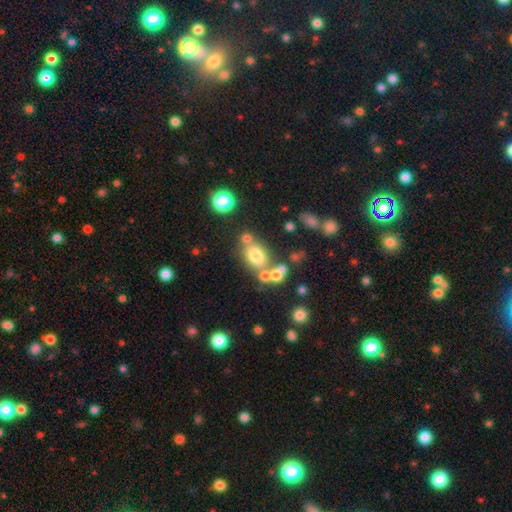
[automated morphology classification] Smooth or featured?
  - smooth: 70% *
  - featured or disk: 16%
  - star or artifact: 14%
How rounded?
  - in between: 66% *
  - round: 32%
  - cigar-shaped: 2%
Merging?
  - none: 55% *
  - merger: 26%
  - minor disturbance: 13%
  - major disturbance: 6%